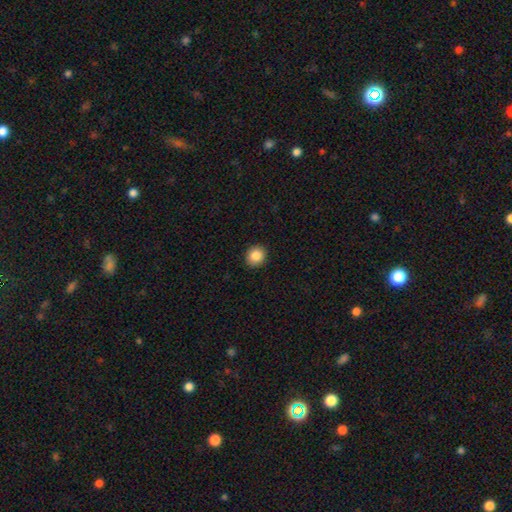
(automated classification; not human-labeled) Smooth or featured?
  - smooth: 86% *
  - star or artifact: 9%
  - featured or disk: 5%
How rounded?
  - round: 79% *
  - in between: 20%
  - cigar-shaped: 1%
Merging?
  - none: 92% *
  - minor disturbance: 6%
  - major disturbance: 2%
  - merger: 1%